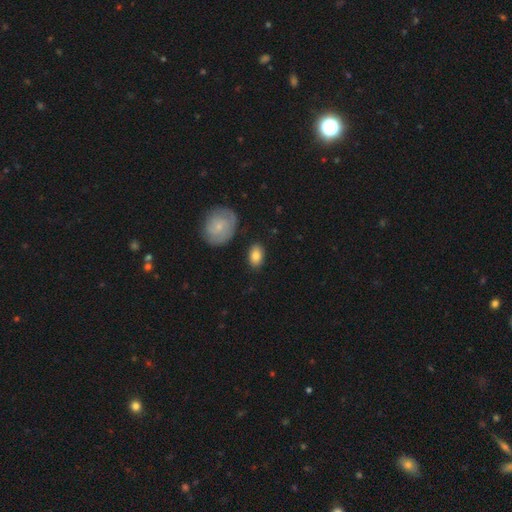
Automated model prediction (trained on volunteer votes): Overall: smooth (80%). How rounded: in between (88%). Merging: none (83%).